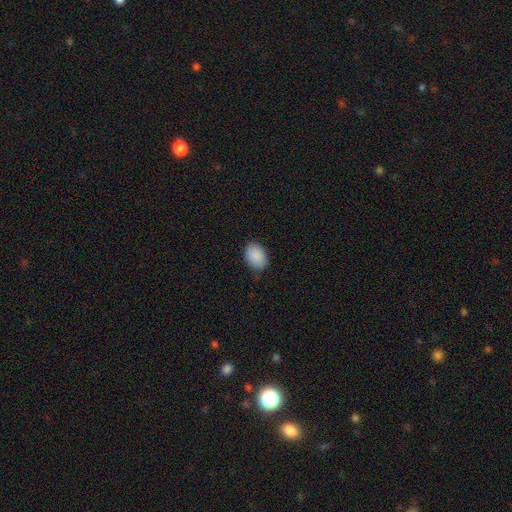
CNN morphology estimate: Overall: smooth (90%). How rounded: in between (80%). Merging: none (82%).